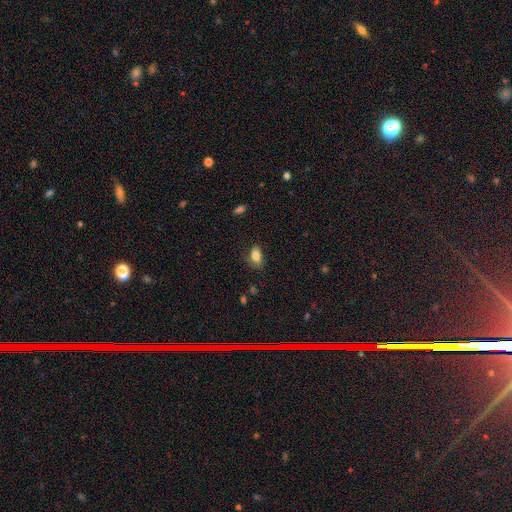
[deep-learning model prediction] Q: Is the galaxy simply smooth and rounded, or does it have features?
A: smooth — 83%.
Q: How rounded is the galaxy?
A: in between — 86%.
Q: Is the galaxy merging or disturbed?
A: none — 70%.